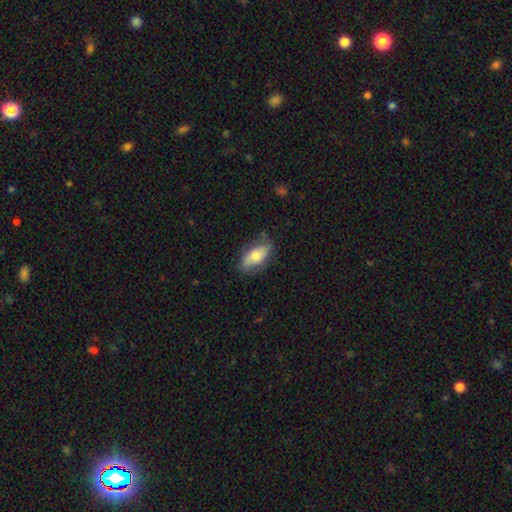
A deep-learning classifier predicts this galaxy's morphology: Q: Smooth or featured?
A: smooth (69%); runner-up: featured or disk (25%)
Q: How rounded?
A: in between (83%); runner-up: cigar-shaped (13%)
Q: Merging?
A: none (72%); runner-up: minor disturbance (21%)